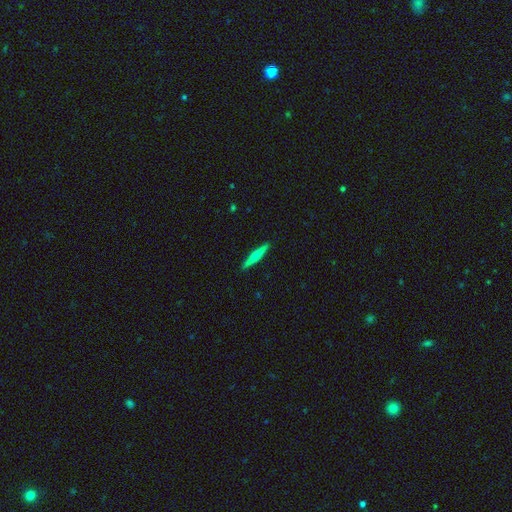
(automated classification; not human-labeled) Smooth or featured: featured or disk — 54% (smooth — 41%)
Edge-on disk: yes — 97% (no — 3%)
Edge-on bulge: rounded — 81% (none — 14%)
Merging: none — 92% (minor disturbance — 6%)